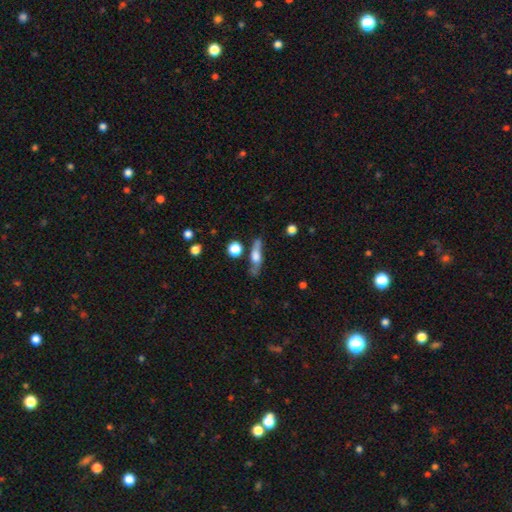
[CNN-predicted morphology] Smooth or featured? featured or disk (47%)
Merging? none (66%)